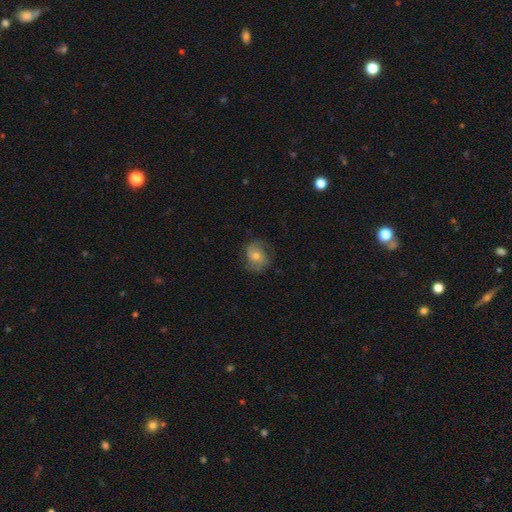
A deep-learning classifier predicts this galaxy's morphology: smooth-or-featured: featured or disk: 54% | smooth: 34% | star or artifact: 11%
  disk-edge-on: no: 97% | yes: 3%
    bar: no: 65% | weak: 29% | strong: 6%
    has-spiral-arms: yes: 87% | no: 13%
    bulge-size: moderate: 56% | small: 32% | large: 7% | none: 3% | dominant: 1%
  merging: none: 73% | minor disturbance: 18% | major disturbance: 7% | merger: 1%